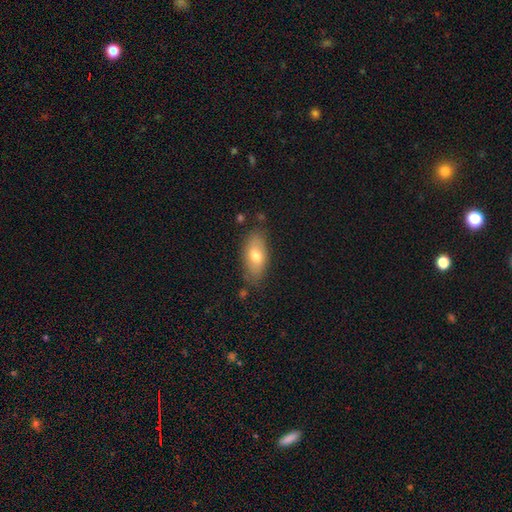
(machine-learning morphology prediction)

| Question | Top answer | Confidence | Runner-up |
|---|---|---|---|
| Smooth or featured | smooth | 72% | featured or disk (21%) |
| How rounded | in between | 88% | cigar-shaped (8%) |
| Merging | none | 78% | minor disturbance (16%) |